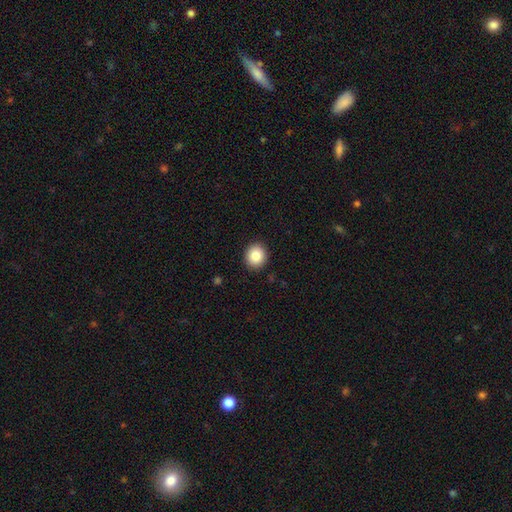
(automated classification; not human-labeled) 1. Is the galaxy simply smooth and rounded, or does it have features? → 86% smooth, 8% star or artifact, 6% featured or disk.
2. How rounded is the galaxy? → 82% round, 17% in between, 1% cigar-shaped.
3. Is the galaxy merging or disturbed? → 91% none, 6% minor disturbance, 2% major disturbance, 1% merger.